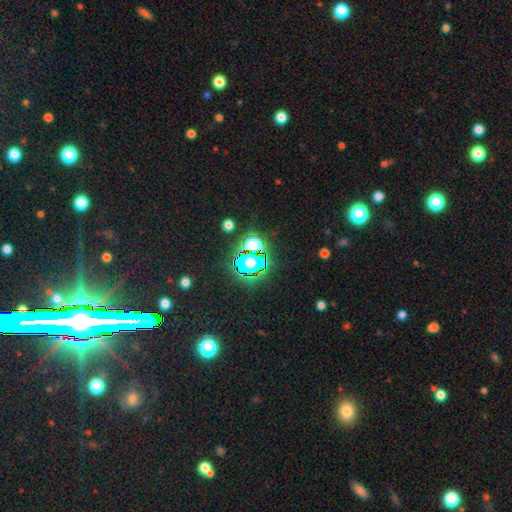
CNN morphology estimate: star or artifact 73%, smooth 18%, featured or disk 9%.